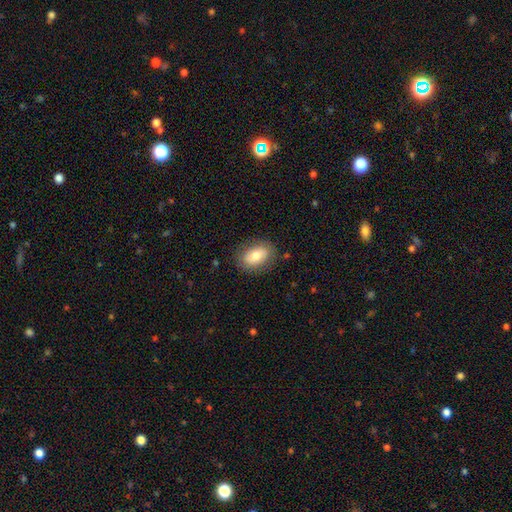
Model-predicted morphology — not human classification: Overall: smooth (76%). How rounded: in between (87%). Merging: none (83%).